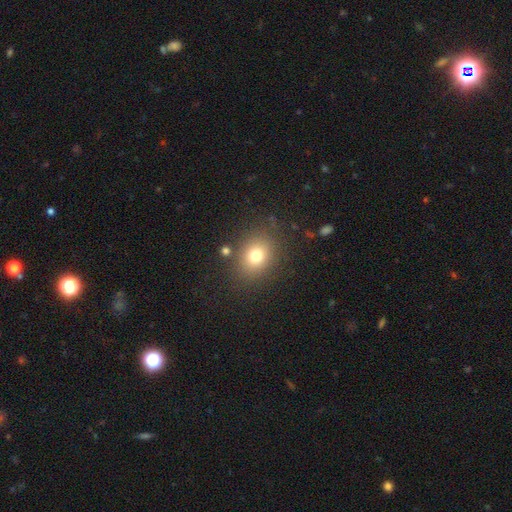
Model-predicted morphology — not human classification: This appears to be a smooth galaxy with no disk features (76%) that is round (56%). Merging: none (83%).